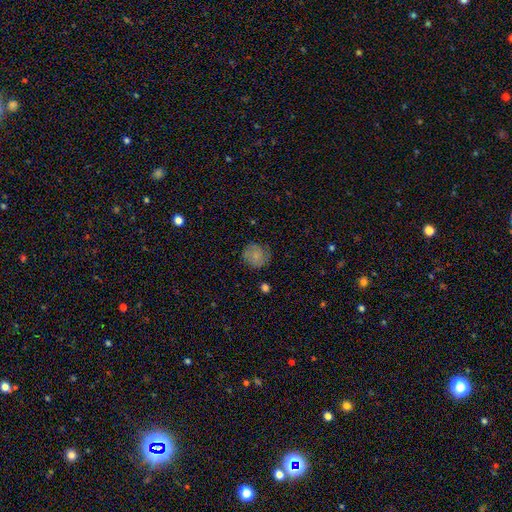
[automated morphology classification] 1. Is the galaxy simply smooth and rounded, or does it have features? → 74% smooth, 16% featured or disk, 10% star or artifact.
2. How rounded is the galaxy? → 88% round, 12% in between, 1% cigar-shaped.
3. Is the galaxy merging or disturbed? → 74% none, 19% minor disturbance, 6% major disturbance, 2% merger.